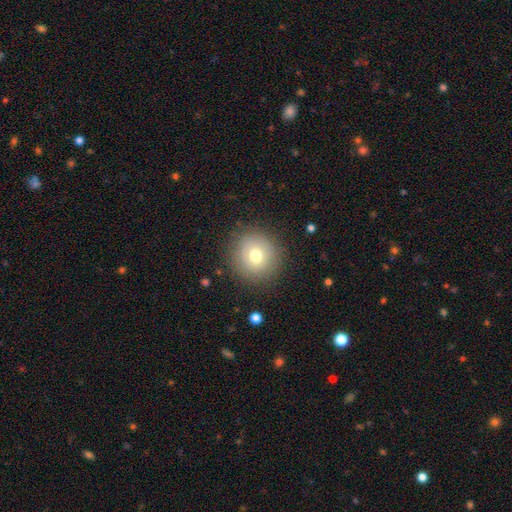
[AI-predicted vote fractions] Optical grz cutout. It shows a smooth galaxy with no disk features (70%) that is round (92%). Merging: none (86%).